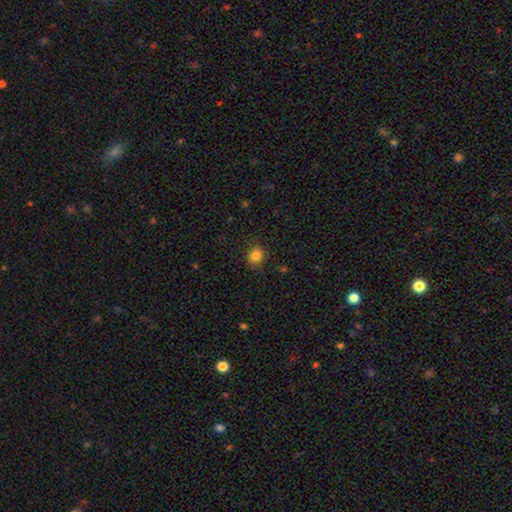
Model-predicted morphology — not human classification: This appears to be a smooth galaxy with no disk features (83%) that is round (75%). Merging: none (86%).